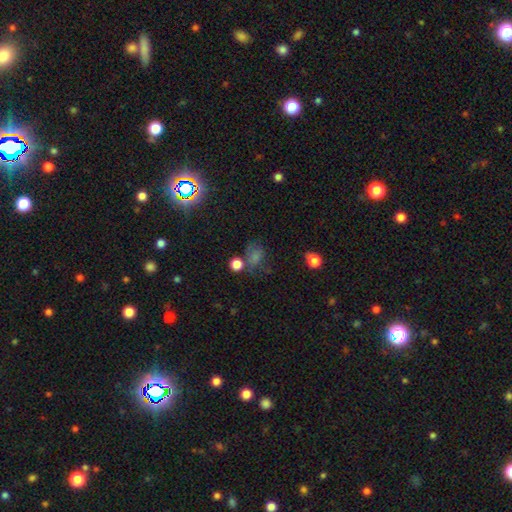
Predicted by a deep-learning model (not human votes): This is marginally a star or artifact rather than a galaxy (43%).